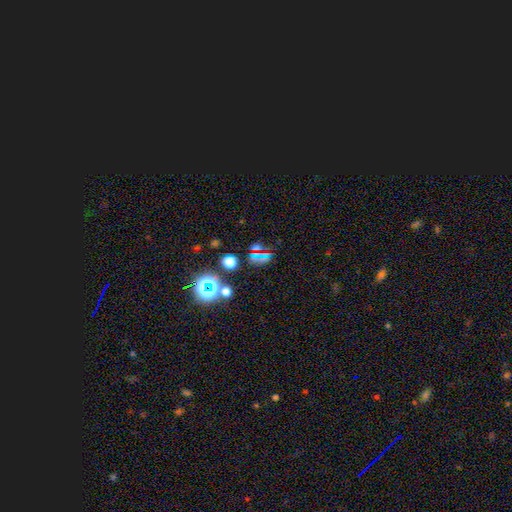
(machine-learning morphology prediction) Smooth or featured: star or artifact — 53% (smooth — 38%)